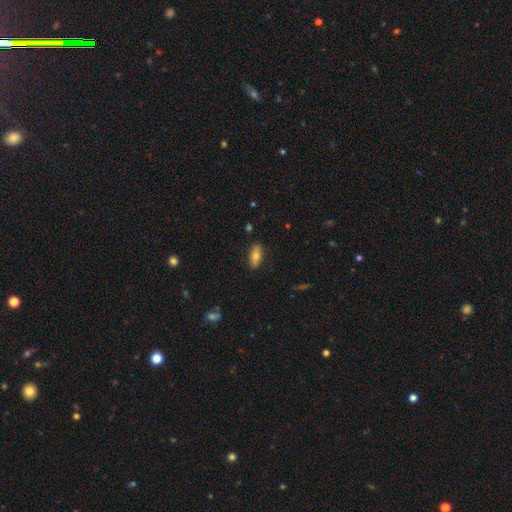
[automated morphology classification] A smooth galaxy with no disk features (70%) that is in between round and cigar-shaped (75%).

Vote fractions:
- Smooth or featured? smooth: 70% / featured or disk: 22% / star or artifact: 8%
- How rounded? in between: 75% / cigar-shaped: 21% / round: 4%
- Merging? none: 87% / minor disturbance: 10% / major disturbance: 2% / merger: 1%